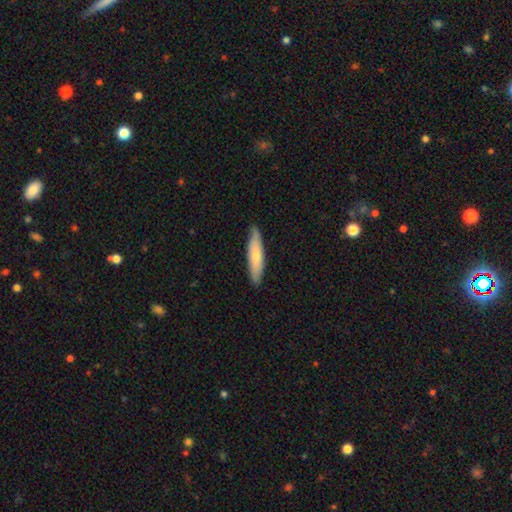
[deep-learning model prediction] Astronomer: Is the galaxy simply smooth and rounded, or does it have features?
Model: smooth — 63%.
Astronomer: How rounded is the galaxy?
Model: cigar-shaped — 79%.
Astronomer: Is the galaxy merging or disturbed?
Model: none — 86%.